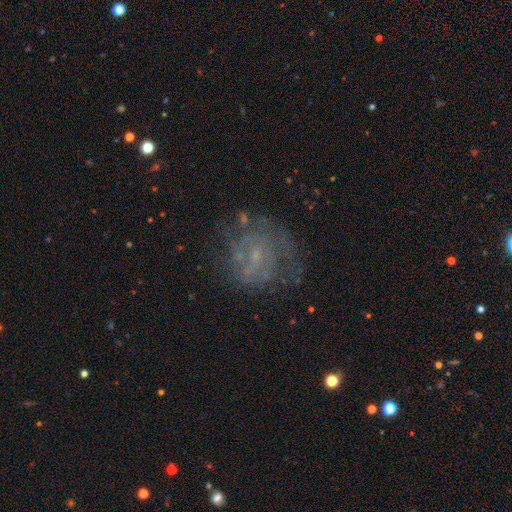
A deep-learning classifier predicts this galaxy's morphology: Smooth or featured: featured or disk — 57% (smooth — 24%)
Edge-on disk: no — 97% (yes — 3%)
Bar: no — 69% (weak — 26%)
Spiral arms: no — 52% (yes — 48%)
Bulge size: small — 55% (none — 33%)
Merging: none — 59% (major disturbance — 19%)